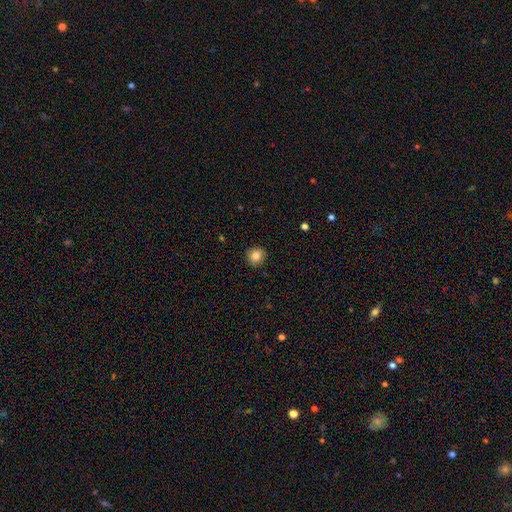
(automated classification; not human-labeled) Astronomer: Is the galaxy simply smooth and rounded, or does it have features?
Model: smooth — 85%.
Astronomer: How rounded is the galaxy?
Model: round — 93%.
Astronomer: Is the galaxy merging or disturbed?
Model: none — 90%.